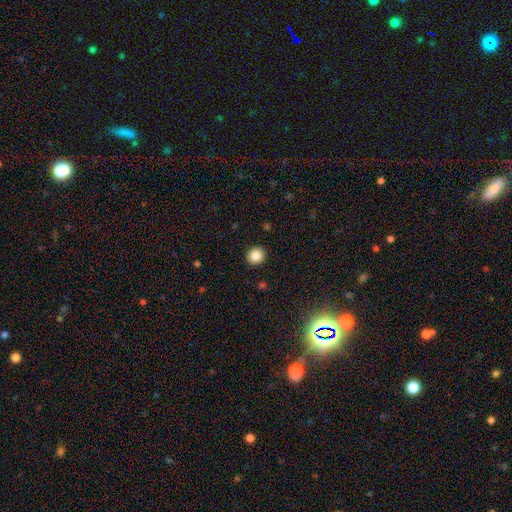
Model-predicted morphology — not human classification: This appears to be a smooth galaxy with no disk features (85%) that is round (89%). Merging: none (92%).